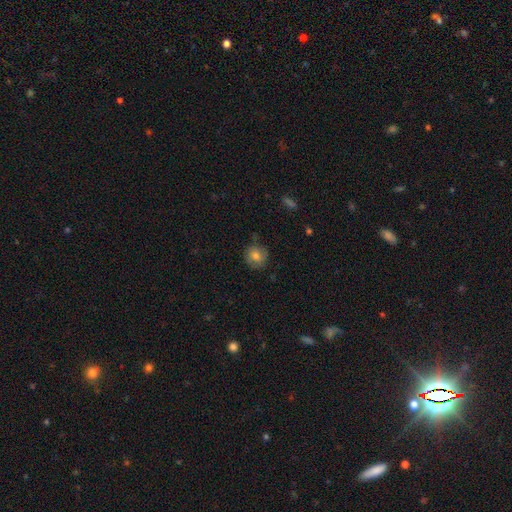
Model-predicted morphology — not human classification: This appears to be a smooth galaxy with no disk features (77%) that is round (88%). Merging: none (78%).